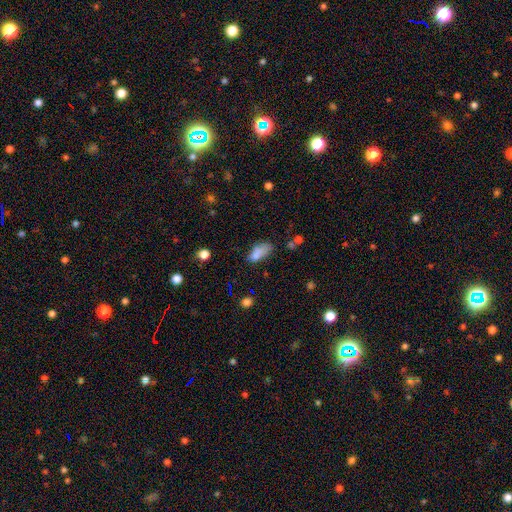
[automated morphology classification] A smooth galaxy with no disk features (77%) that is in between round and cigar-shaped (81%). Merging: none (41%).